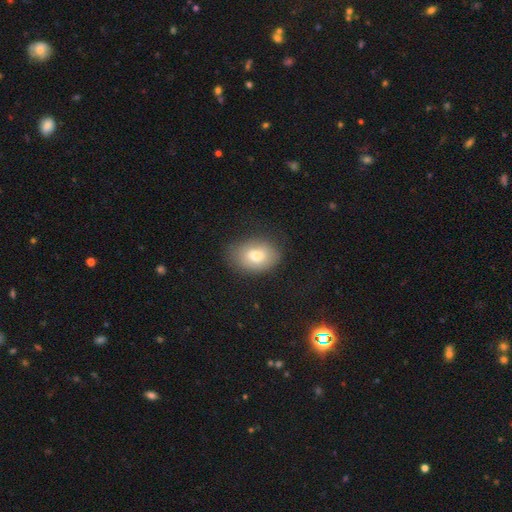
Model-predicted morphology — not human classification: A smooth galaxy with no disk features (77%) that is in between round and cigar-shaped (80%).

Vote fractions:
- Smooth or featured? smooth: 77% / featured or disk: 14% / star or artifact: 9%
- How rounded? in between: 80% / round: 19% / cigar-shaped: 1%
- Merging? none: 77% / minor disturbance: 17% / major disturbance: 5% / merger: 1%